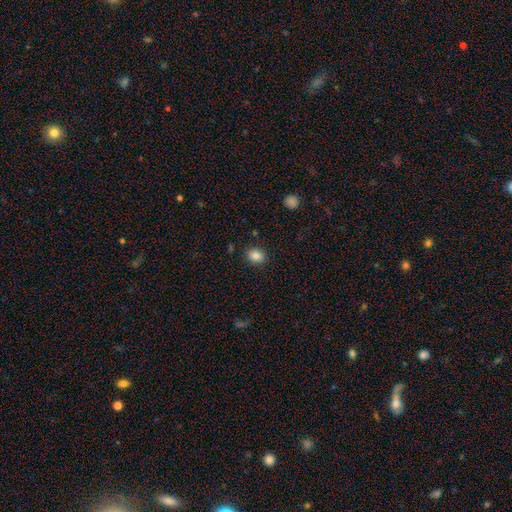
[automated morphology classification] smooth_or_featured: smooth (p=0.85) [alt: star or artifact p=0.10]
how_rounded: round (p=0.53) [alt: in between p=0.46]
merging: none (p=0.87) [alt: minor disturbance p=0.09]